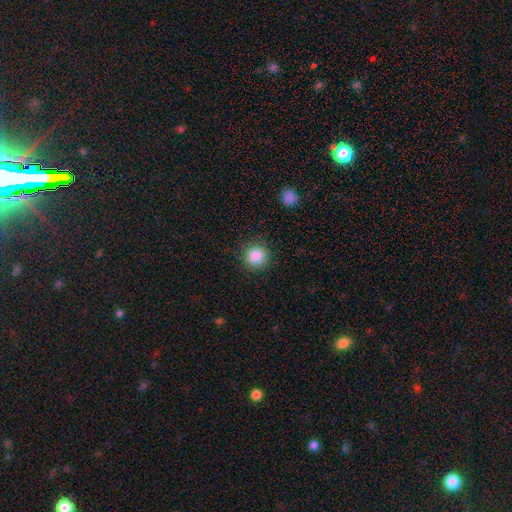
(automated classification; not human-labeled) smooth-or-featured: smooth: 87% | star or artifact: 10% | featured or disk: 3%
  how-rounded: round: 95% | in between: 5% | cigar-shaped: 1%
  merging: none: 90% | minor disturbance: 7% | major disturbance: 2% | merger: 1%